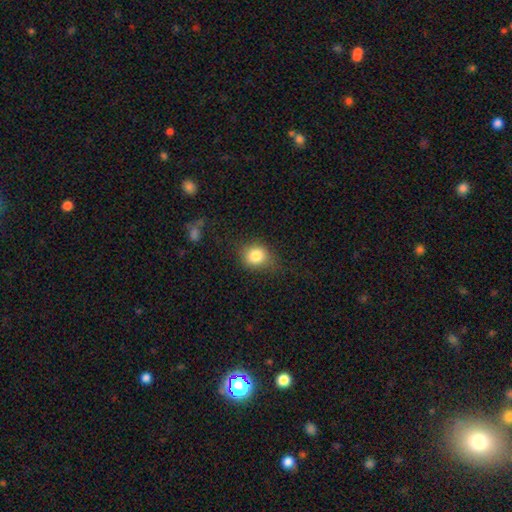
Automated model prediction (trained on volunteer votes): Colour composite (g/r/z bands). It shows a smooth galaxy with no disk features (82%) that is round (66%). Merging: none (69%).